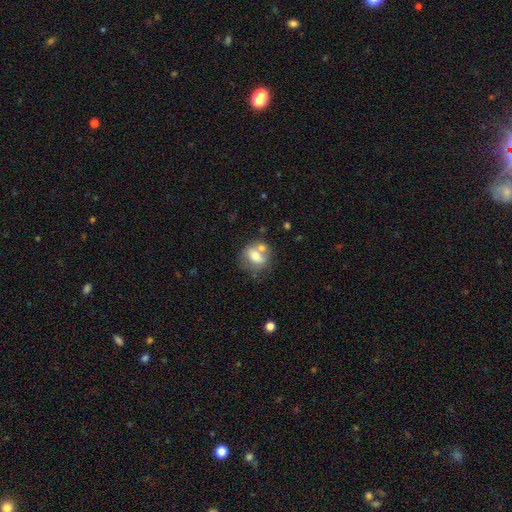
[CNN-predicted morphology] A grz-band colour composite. It shows a smooth galaxy with no disk features (65%) that is round (49%). Merging: none (44%).